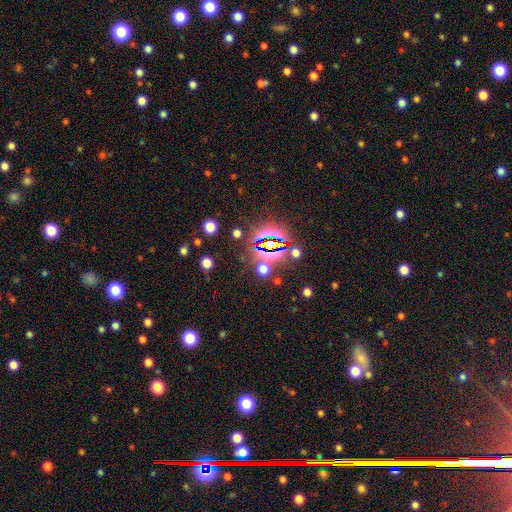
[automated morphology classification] Q: Smooth or featured?
A: star or artifact (83%); runner-up: smooth (9%)